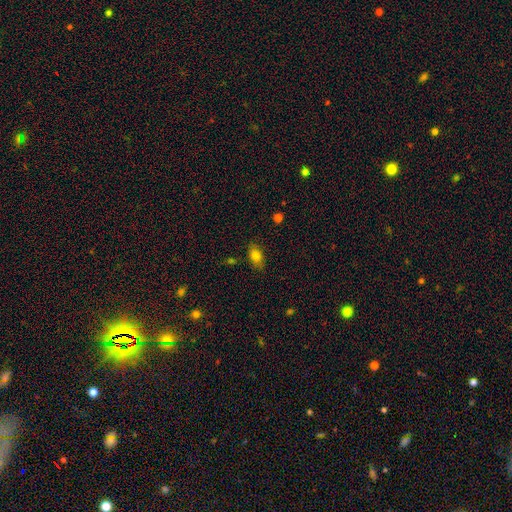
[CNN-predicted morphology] smooth 79%, star or artifact 10%, featured or disk 10%. Down the decision tree: how rounded — in between (85%); merging — none (83%).